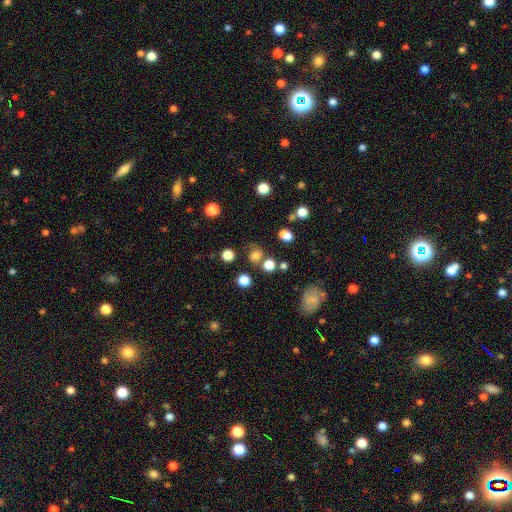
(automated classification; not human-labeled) Smooth or featured?
  - smooth: 67% *
  - star or artifact: 19%
  - featured or disk: 14%
How rounded?
  - round: 80% *
  - in between: 19%
  - cigar-shaped: 1%
Merging?
  - none: 65% *
  - minor disturbance: 15%
  - merger: 12%
  - major disturbance: 8%